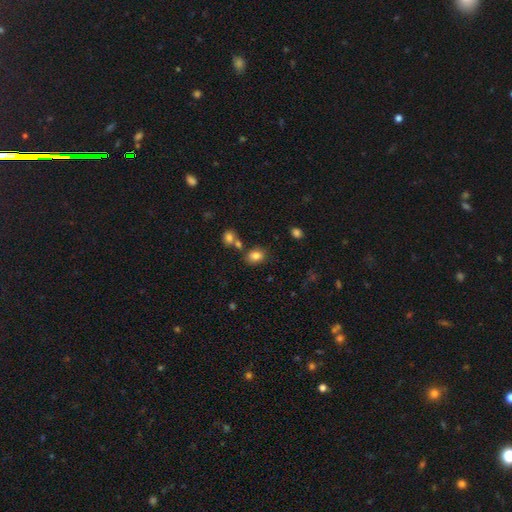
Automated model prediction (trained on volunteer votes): smooth 82%, star or artifact 11%, featured or disk 7%. Down the decision tree: how rounded — in between (60%); merging — none (73%).